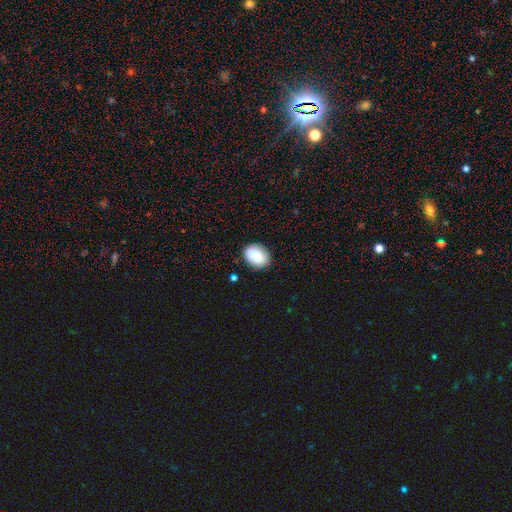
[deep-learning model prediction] smooth 85%, star or artifact 8%, featured or disk 7%. Down the decision tree: how rounded — in between (66%); merging — none (83%).